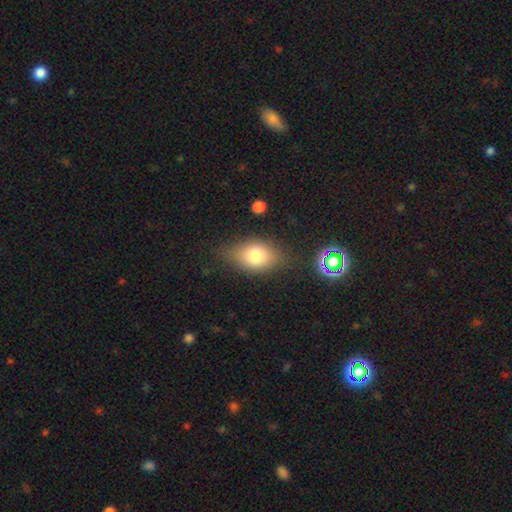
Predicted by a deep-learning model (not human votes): smooth 75%, featured or disk 15%, star or artifact 10%. Down the decision tree: how rounded — in between (75%); merging — none (70%).